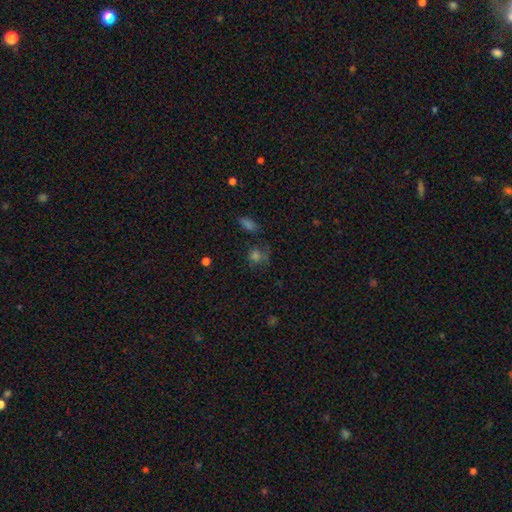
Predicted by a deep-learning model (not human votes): This is possibly a smooth galaxy (59%). How rounded: likely round (74%). Merging: possibly none (60%).